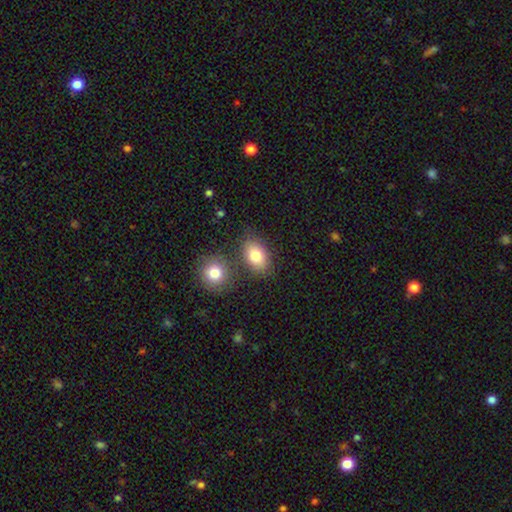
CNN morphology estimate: This appears to be a smooth galaxy with no disk features (80%) that is in between round and cigar-shaped (77%). Merging: none (66%).